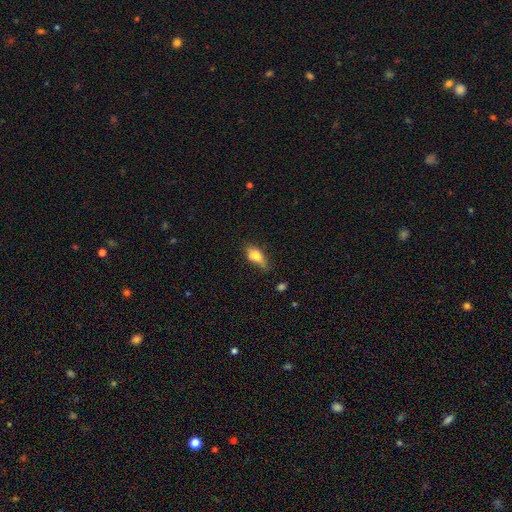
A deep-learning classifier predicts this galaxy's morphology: smooth 72%, featured or disk 20%, star or artifact 8%. Down the decision tree: how rounded — in between (77%); merging — none (47%).